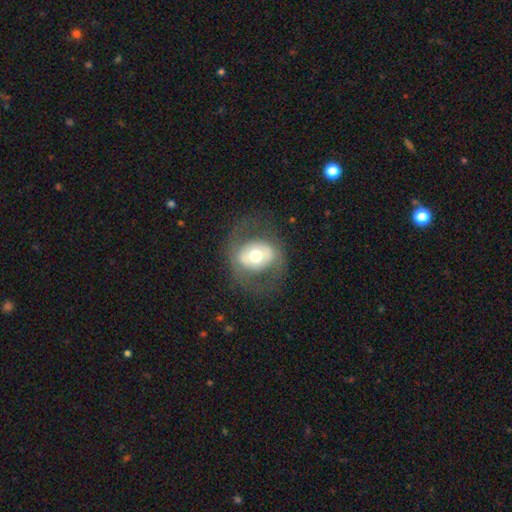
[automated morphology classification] This appears to be a featured or disk galaxy (50%). Merging: none (69%).